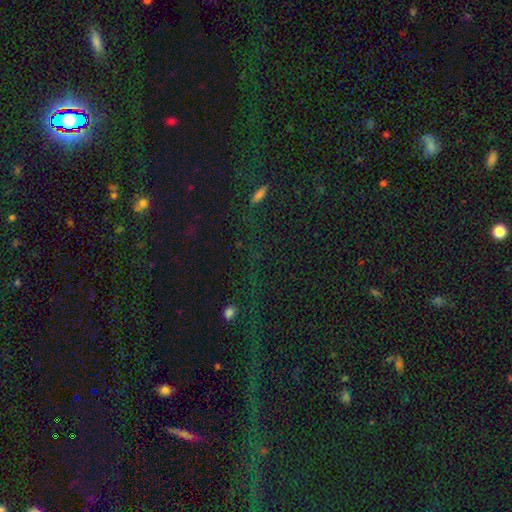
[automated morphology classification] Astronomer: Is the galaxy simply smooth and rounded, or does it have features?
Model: star or artifact — 79%.